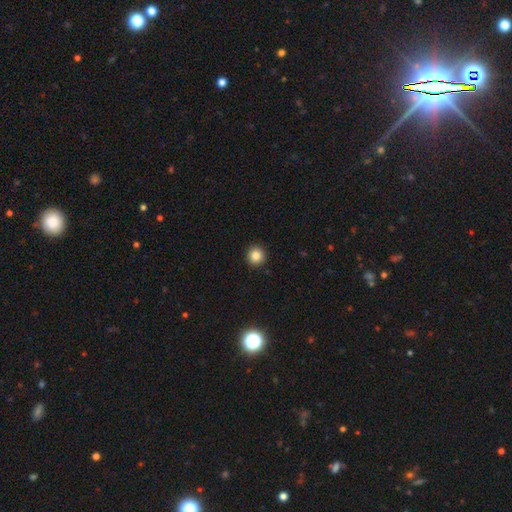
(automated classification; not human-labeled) Smooth or featured? Predicted: smooth (p=0.84). How rounded? Predicted: round (p=0.94). Merging? Predicted: none (p=0.93).